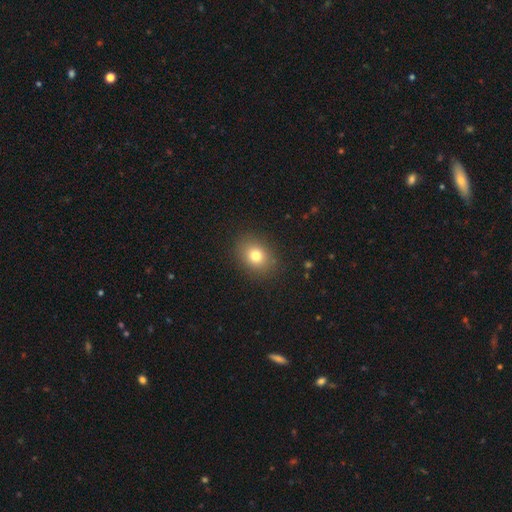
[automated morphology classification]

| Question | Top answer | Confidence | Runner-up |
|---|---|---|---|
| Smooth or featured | smooth | 78% | star or artifact (12%) |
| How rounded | round | 50% | in between (49%) |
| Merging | none | 87% | minor disturbance (9%) |